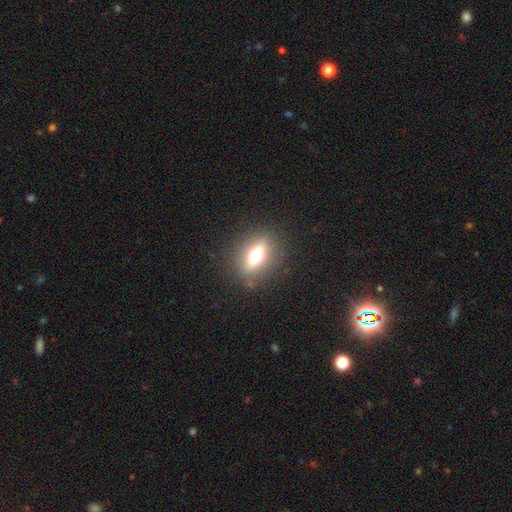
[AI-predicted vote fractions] Smooth or featured: smooth — 57% (featured or disk — 31%)
How rounded: in between — 62% (round — 26%)
Merging: none — 85% (minor disturbance — 9%)